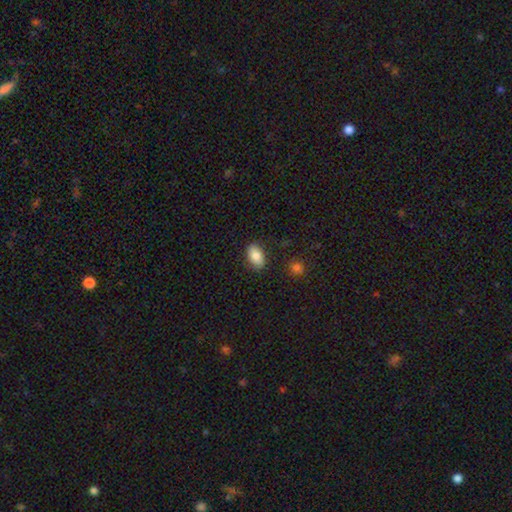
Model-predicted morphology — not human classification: Smooth or featured? Predicted: smooth (p=0.84). How rounded? Predicted: in between (p=0.90). Merging? Predicted: none (p=0.84).